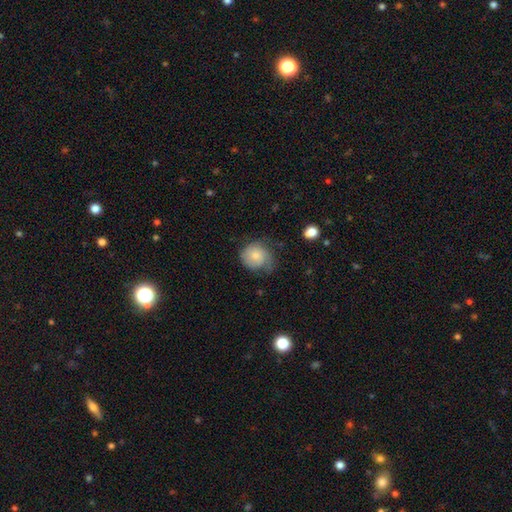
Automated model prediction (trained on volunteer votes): Q: Smooth or featured?
A: smooth (61%); runner-up: featured or disk (31%)
Q: How rounded?
A: round (78%); runner-up: in between (21%)
Q: Merging?
A: none (44%); runner-up: minor disturbance (34%)